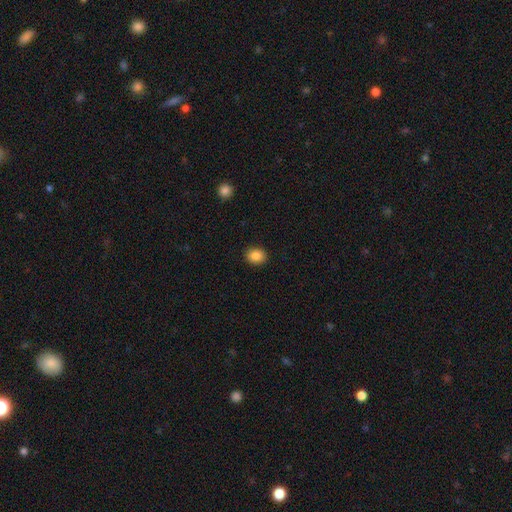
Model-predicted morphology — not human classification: A smooth galaxy with no disk features (87%) that is round (55%).

Vote fractions:
- Smooth or featured? smooth: 87% / star or artifact: 9% / featured or disk: 4%
- How rounded? round: 55% / in between: 45% / cigar-shaped: 1%
- Merging? none: 91% / minor disturbance: 6% / major disturbance: 2% / merger: 1%